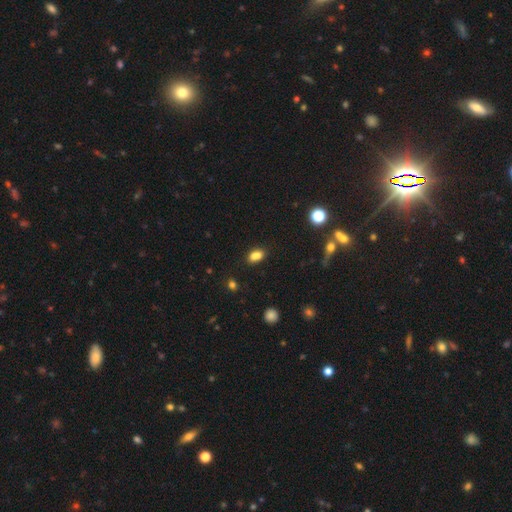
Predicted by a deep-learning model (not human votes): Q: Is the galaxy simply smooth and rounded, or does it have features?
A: smooth — 82%.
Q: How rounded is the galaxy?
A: in between — 84%.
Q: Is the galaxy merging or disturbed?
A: none — 71%.